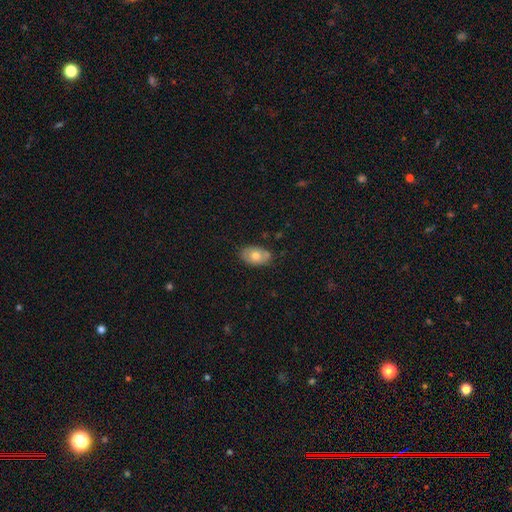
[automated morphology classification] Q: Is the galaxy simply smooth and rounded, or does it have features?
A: smooth — 66%.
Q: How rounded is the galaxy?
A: in between — 88%.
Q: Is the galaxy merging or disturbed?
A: none — 76%.